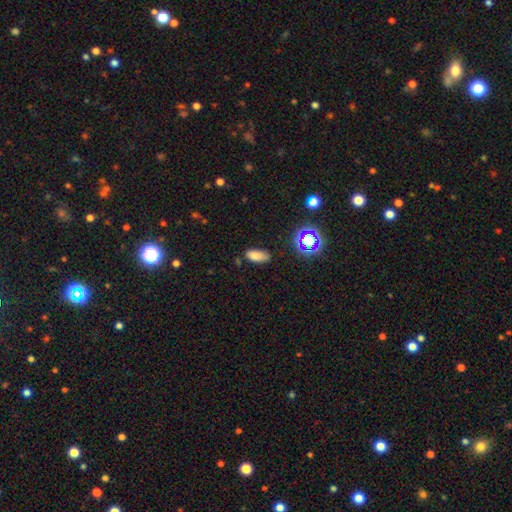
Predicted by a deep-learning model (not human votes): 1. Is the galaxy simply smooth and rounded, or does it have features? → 78% smooth, 15% star or artifact, 7% featured or disk.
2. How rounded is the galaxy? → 85% in between, 11% cigar-shaped, 4% round.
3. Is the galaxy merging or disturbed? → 78% none, 16% minor disturbance, 4% major disturbance, 2% merger.